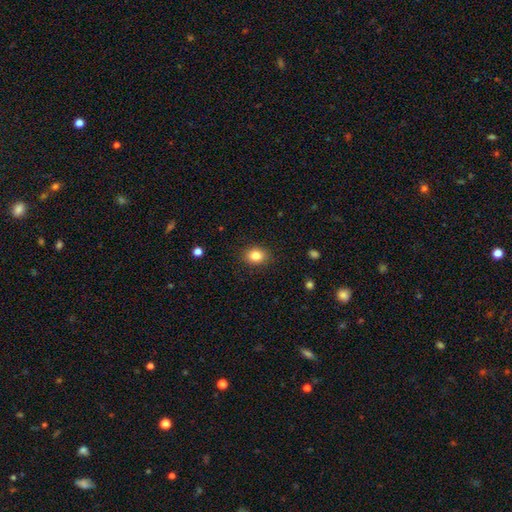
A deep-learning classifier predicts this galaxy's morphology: Overall: smooth (83%). How rounded: in between (54%; round 45%). Merging: none (88%).